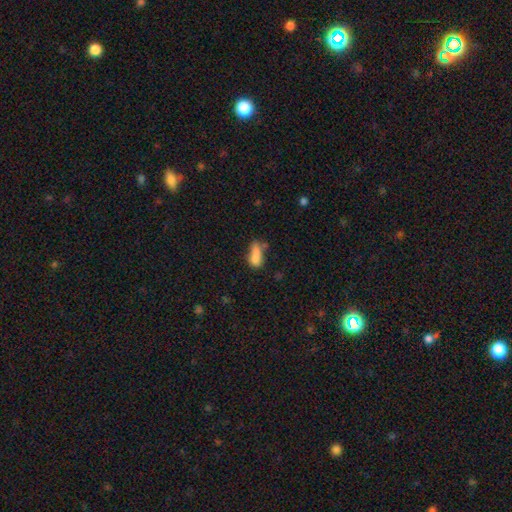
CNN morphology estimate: Smooth or featured: smooth — 76% (featured or disk — 13%)
How rounded: in between — 73% (cigar-shaped — 22%)
Merging: none — 34% (minor disturbance — 25%)